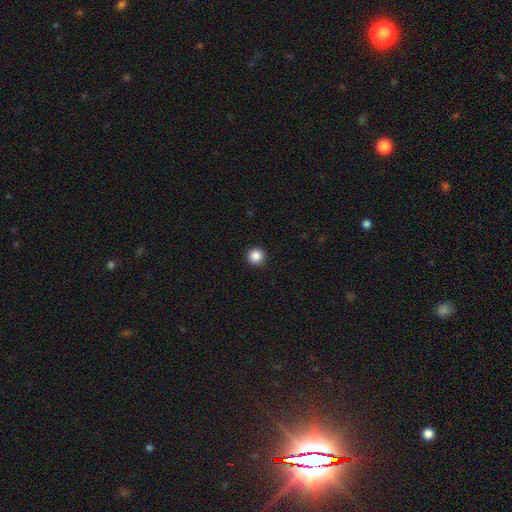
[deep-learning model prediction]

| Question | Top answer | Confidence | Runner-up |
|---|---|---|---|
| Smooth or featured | smooth | 87% | star or artifact (10%) |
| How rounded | round | 96% | in between (3%) |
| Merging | none | 94% | minor disturbance (4%) |